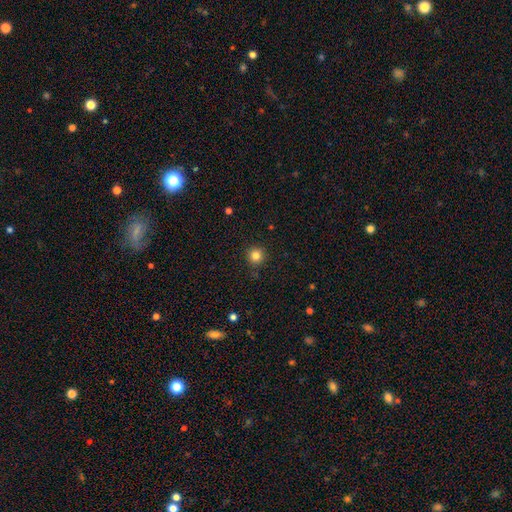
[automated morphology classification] The model was most divided on "smooth or featured": smooth: 83%, star or artifact: 12%, featured or disk: 5%. More confident: how rounded — round (95%); merging — none (91%).